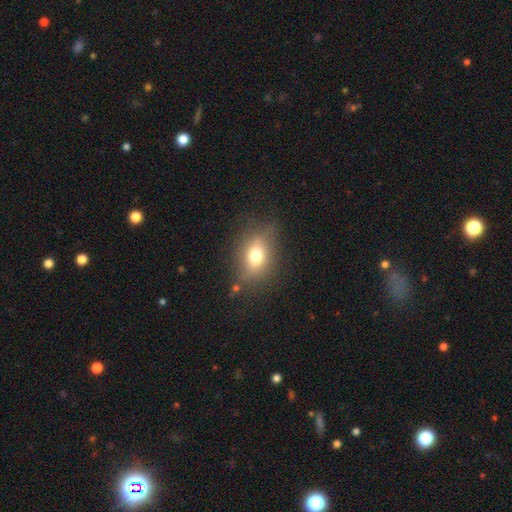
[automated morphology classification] Smooth or featured? Predicted: smooth (p=0.68). How rounded? Predicted: in between (p=0.66). Merging? Predicted: none (p=0.72).